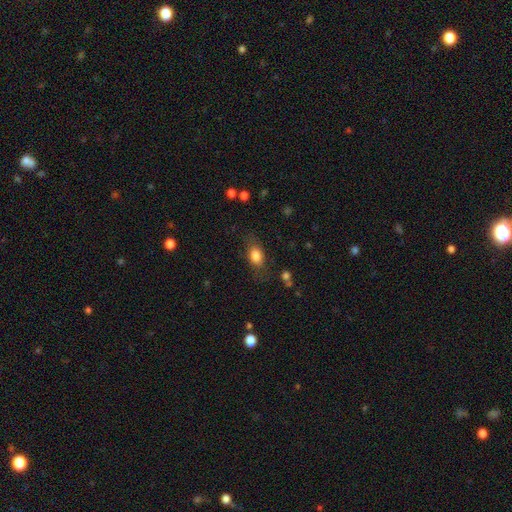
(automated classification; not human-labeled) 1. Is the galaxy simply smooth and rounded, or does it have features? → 81% smooth, 11% featured or disk, 8% star or artifact.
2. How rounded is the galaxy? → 83% in between, 12% round, 6% cigar-shaped.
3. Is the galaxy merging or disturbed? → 72% none, 18% minor disturbance, 8% major disturbance, 2% merger.